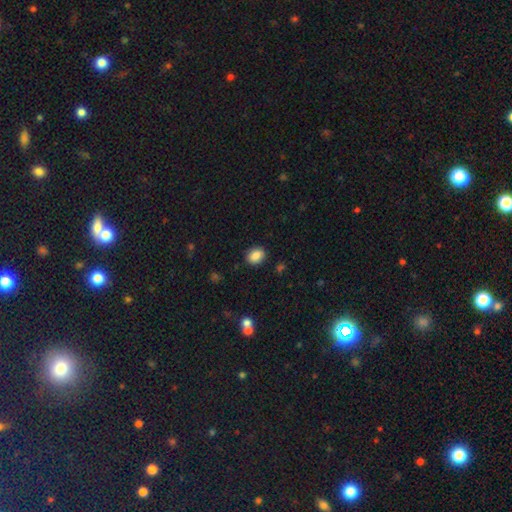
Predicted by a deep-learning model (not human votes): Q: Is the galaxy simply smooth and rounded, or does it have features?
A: smooth — 86%.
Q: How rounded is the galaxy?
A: in between — 57%.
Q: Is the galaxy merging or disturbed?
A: none — 87%.